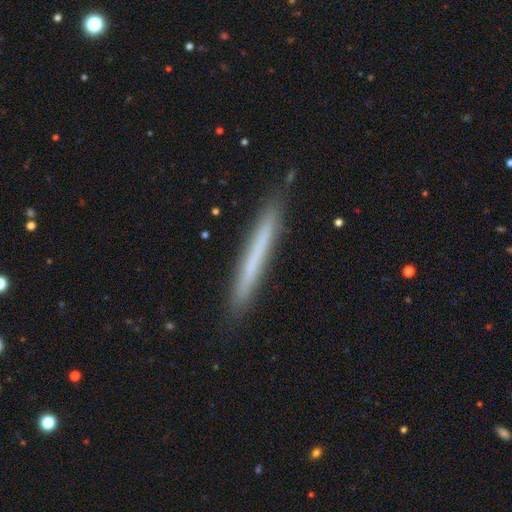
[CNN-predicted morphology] Smooth or featured? Predicted: smooth (p=0.54). How rounded? Predicted: cigar-shaped (p=0.97). Merging? Predicted: none (p=0.88).